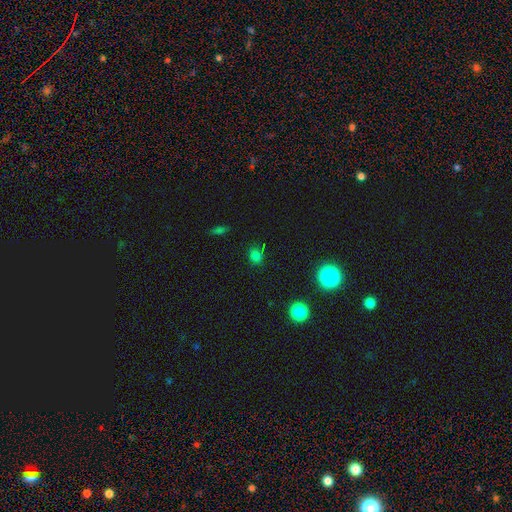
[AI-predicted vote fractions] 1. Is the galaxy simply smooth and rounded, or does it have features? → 66% smooth, 28% star or artifact, 5% featured or disk.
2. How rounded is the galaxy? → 51% round, 47% in between, 2% cigar-shaped.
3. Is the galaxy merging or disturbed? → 78% none, 13% minor disturbance, 4% major disturbance, 4% merger.